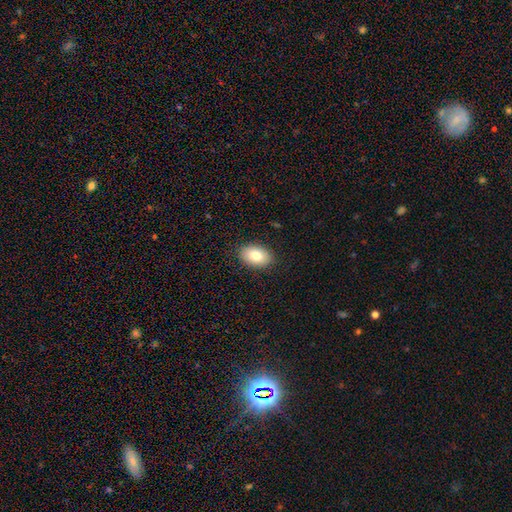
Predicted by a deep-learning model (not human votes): The model was most divided on "smooth or featured": smooth: 82%, featured or disk: 10%, star or artifact: 8%. More confident: merging — none (88%); how rounded — in between (88%).